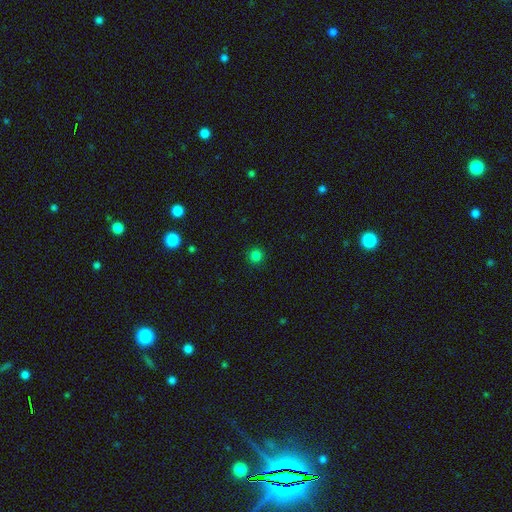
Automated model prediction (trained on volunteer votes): The model was most divided on "smooth or featured": smooth: 82%, star or artifact: 15%, featured or disk: 3%. More confident: how rounded — round (94%); merging — none (92%).